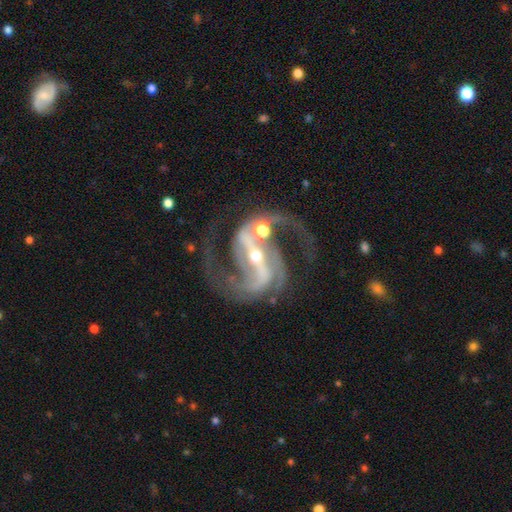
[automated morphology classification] Smooth or featured: featured or disk — 93% (star or artifact — 5%)
Edge-on disk: no — 97% (yes — 3%)
Bar: strong — 77% (weak — 17%)
Spiral arms: yes — 98% (no — 2%)
Spiral winding: medium — 62% (loose — 21%)
Spiral arm count: 2 — 83% (3 — 9%)
Bulge size: small — 59% (moderate — 37%)
Merging: none — 59% (minor disturbance — 15%)